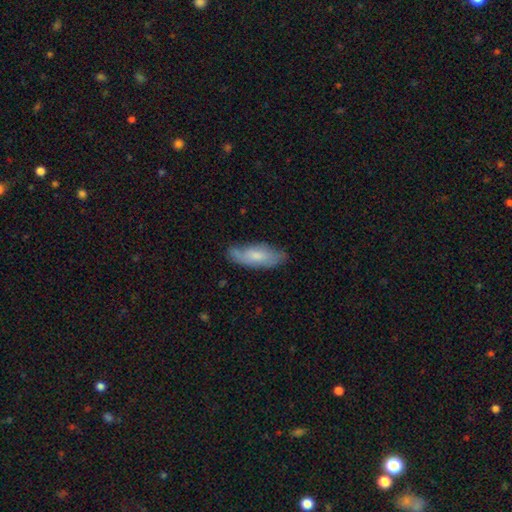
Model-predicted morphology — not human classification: A smooth galaxy with no disk features (62%) that is in between round and cigar-shaped (72%).

Vote fractions:
- Smooth or featured? smooth: 62% / featured or disk: 32% / star or artifact: 6%
- How rounded? in between: 72% / cigar-shaped: 26% / round: 2%
- Merging? none: 67% / minor disturbance: 25% / major disturbance: 6% / merger: 2%